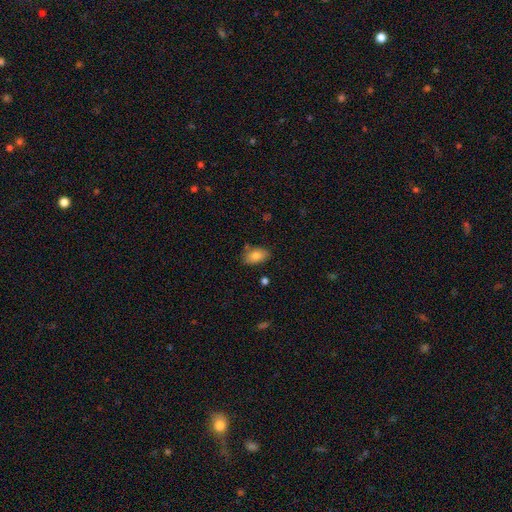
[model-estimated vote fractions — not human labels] A smooth galaxy with no disk features (81%) that is in between round and cigar-shaped (91%).

Vote fractions:
- Smooth or featured? smooth: 81% / featured or disk: 12% / star or artifact: 8%
- How rounded? in between: 91% / round: 7% / cigar-shaped: 2%
- Merging? none: 78% / minor disturbance: 15% / merger: 4% / major disturbance: 3%